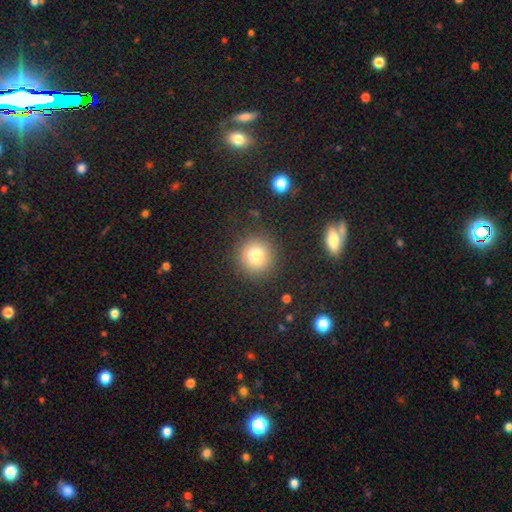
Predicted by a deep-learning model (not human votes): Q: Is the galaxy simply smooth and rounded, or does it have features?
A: smooth — 75%.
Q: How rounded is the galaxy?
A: round — 92%.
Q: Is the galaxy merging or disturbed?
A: none — 87%.